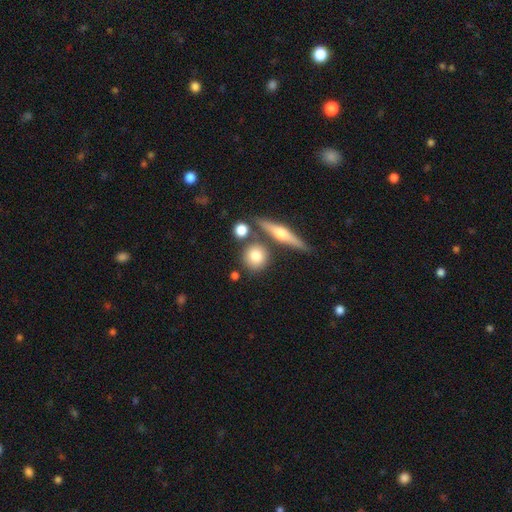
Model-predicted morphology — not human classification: smooth_or_featured: smooth (p=0.73) [alt: featured or disk p=0.19]
how_rounded: round (p=0.82) [alt: in between p=0.13]
merging: none (p=0.72) [alt: merger p=0.14]